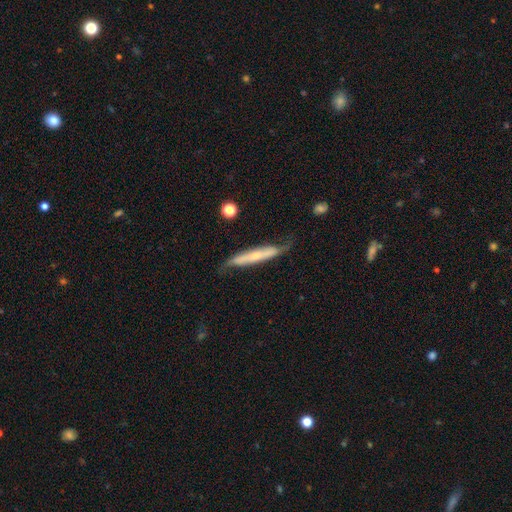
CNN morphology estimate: This appears to be a featured or disk galaxy (59%) viewed edge-on (64%). Merging: none (63%).